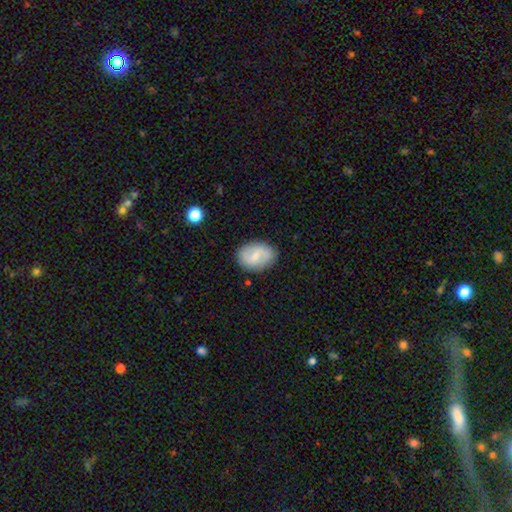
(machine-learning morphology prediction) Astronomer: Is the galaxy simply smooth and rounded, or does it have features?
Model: smooth — 53% (runner-up: featured or disk, 41%).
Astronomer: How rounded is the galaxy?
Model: in between — 77%.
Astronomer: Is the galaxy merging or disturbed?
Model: none — 84%.